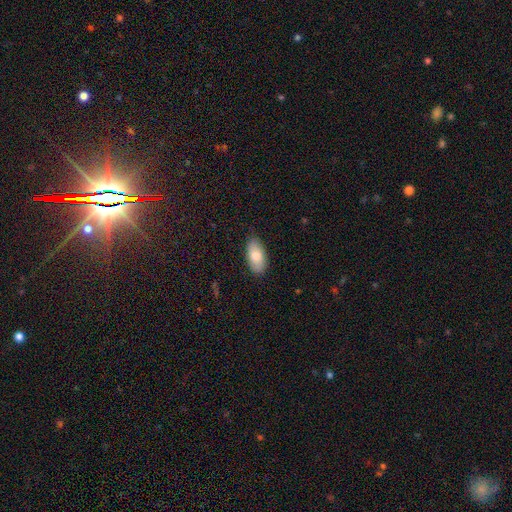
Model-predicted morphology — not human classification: This is likely a smooth galaxy (78%). How rounded: clearly in between (92%). Merging: clearly none (86%).